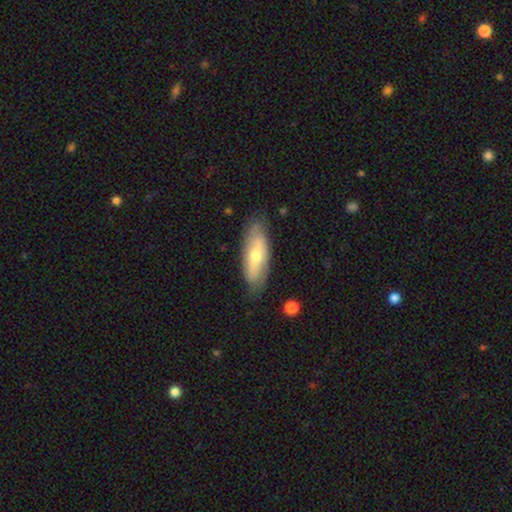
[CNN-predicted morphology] smooth-or-featured: smooth: 50% | featured or disk: 44% | star or artifact: 6%
  how-rounded: in between: 62% | cigar-shaped: 36% | round: 2%
  merging: none: 77% | minor disturbance: 18% | major disturbance: 4% | merger: 2%